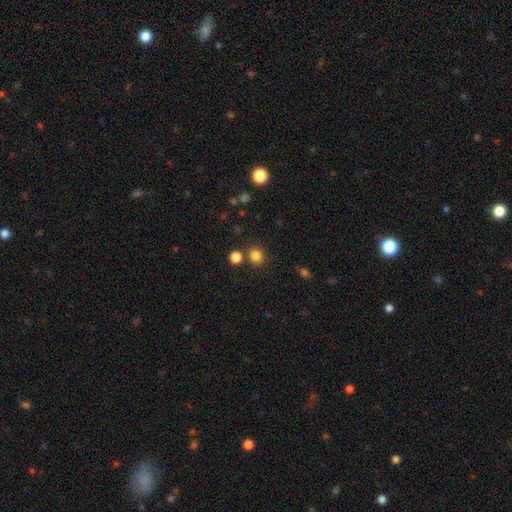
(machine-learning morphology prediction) Overall: smooth (82%). How rounded: round (78%). Merging: none (79%).